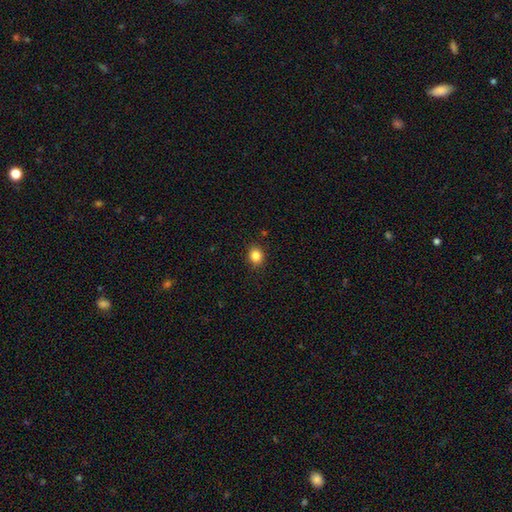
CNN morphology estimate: This appears to be a smooth galaxy with no disk features (84%) that is round (71%). Merging: none (89%).